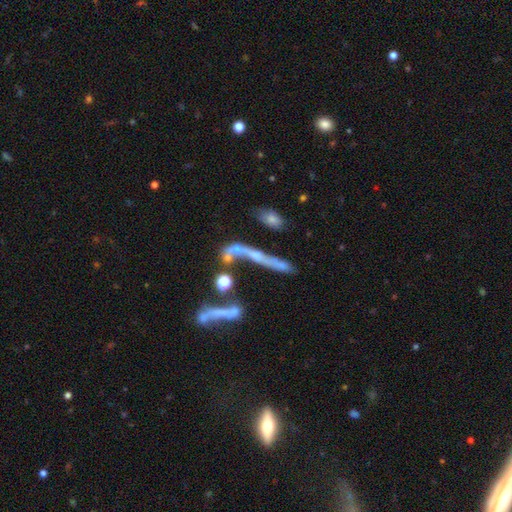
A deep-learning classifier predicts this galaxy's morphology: This appears to be a featured or disk galaxy (53%) viewed edge-on (50%, tied with no). Merging: merger (33%, tied with none).